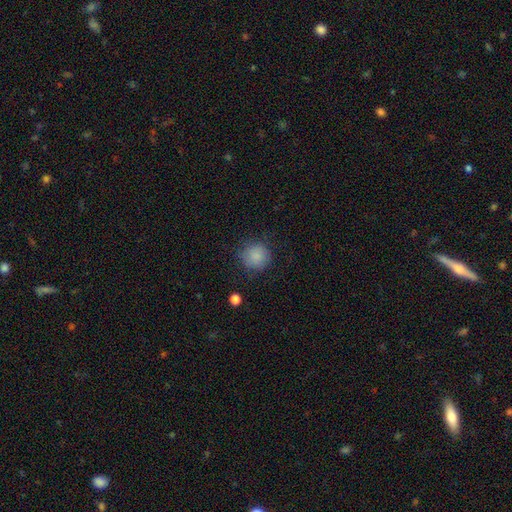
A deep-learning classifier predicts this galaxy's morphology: This is clearly a smooth galaxy (86%). How rounded: clearly round (91%). Merging: likely none (80%).